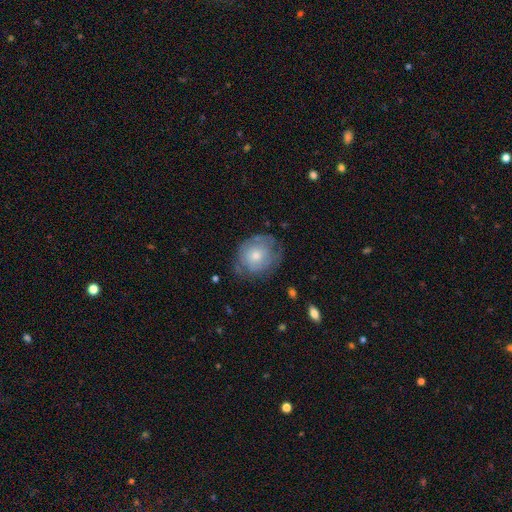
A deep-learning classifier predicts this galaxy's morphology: This is possibly a smooth galaxy (50%). Merging: possibly none (58%).